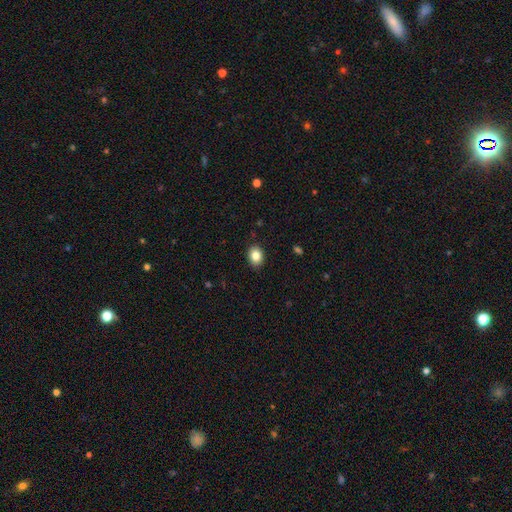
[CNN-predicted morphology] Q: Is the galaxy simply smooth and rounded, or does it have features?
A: smooth — 85%.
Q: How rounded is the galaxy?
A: in between — 67%.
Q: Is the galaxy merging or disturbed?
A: none — 89%.